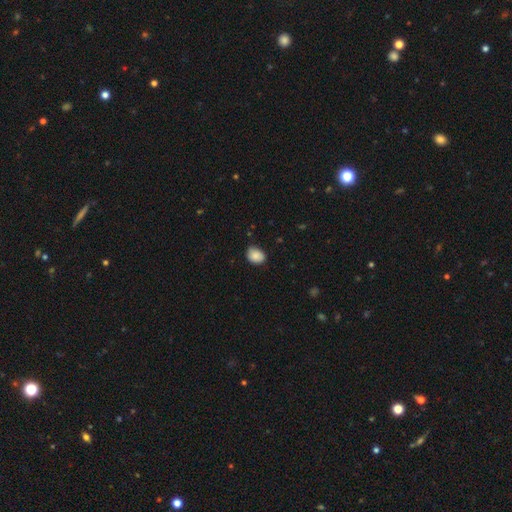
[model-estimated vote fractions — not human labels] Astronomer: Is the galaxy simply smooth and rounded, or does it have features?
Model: smooth — 87%.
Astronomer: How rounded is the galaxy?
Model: in between — 58% (runner-up: round, 41%).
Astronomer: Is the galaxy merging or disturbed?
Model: none — 76%.